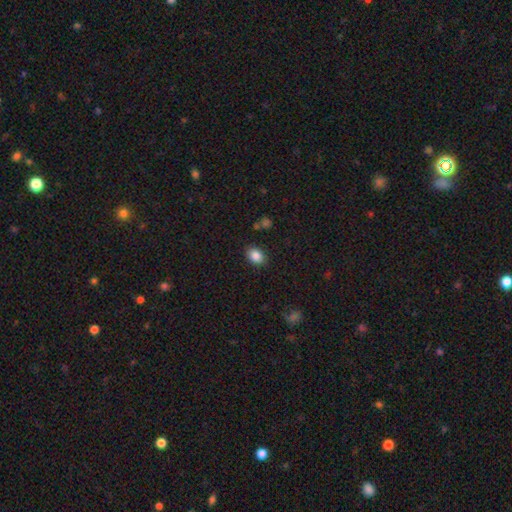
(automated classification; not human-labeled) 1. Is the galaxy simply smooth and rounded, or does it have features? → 86% smooth, 9% star or artifact, 5% featured or disk.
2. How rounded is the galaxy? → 69% in between, 30% round, 1% cigar-shaped.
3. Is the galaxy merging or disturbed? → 85% none, 10% minor disturbance, 3% major disturbance, 2% merger.